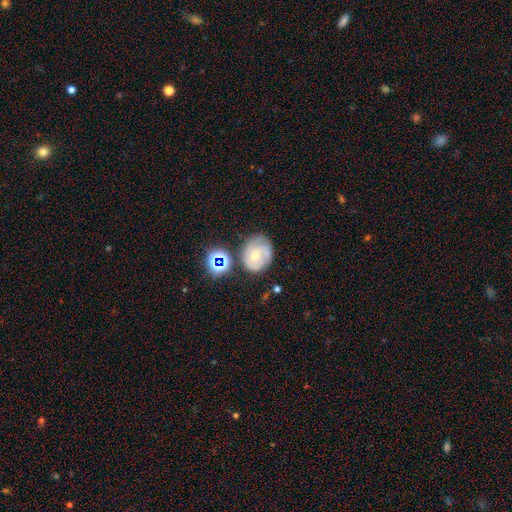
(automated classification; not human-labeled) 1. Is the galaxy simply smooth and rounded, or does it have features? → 52% featured or disk, 36% smooth, 12% star or artifact.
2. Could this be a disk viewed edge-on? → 97% no, 3% yes.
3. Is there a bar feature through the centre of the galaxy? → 79% no, 18% weak, 3% strong.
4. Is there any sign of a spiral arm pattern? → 69% yes, 31% no.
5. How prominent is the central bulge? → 50% small, 44% moderate, 2% large, 2% none, 1% dominant.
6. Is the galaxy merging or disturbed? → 57% none, 25% minor disturbance, 9% major disturbance, 9% merger.